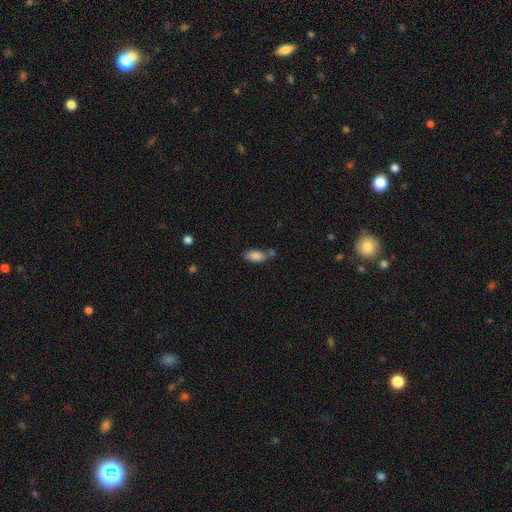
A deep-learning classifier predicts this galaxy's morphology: The model was most divided on "merging": none: 55%, merger: 23%, minor disturbance: 17%, major disturbance: 5%. More confident: how rounded — in between (89%); smooth or featured — smooth (85%).